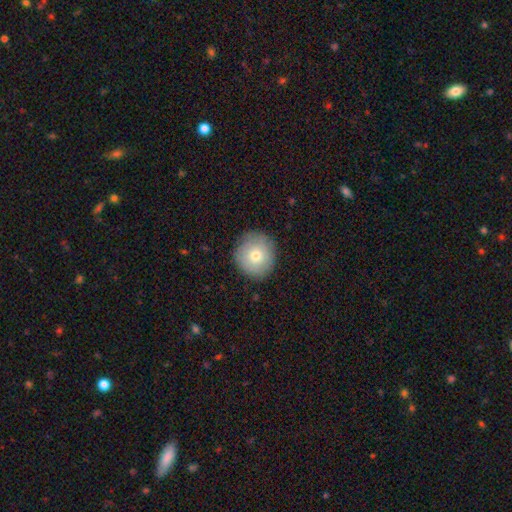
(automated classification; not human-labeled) Q: Smooth or featured?
A: smooth (73%); runner-up: featured or disk (18%)
Q: How rounded?
A: round (91%); runner-up: in between (8%)
Q: Merging?
A: none (86%); runner-up: minor disturbance (10%)